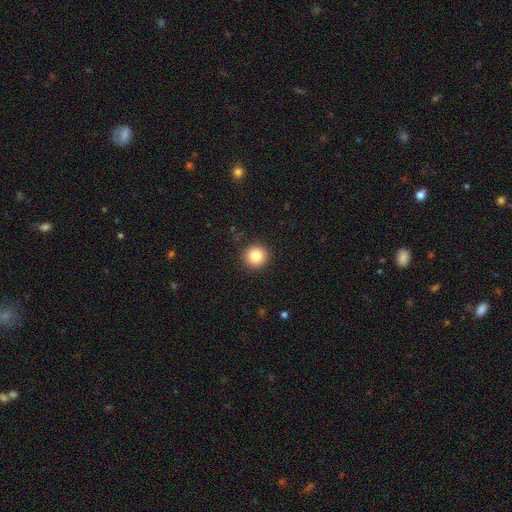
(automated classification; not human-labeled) A smooth galaxy with no disk features (84%) that is round (95%).

Vote fractions:
- Smooth or featured? smooth: 84% / star or artifact: 10% / featured or disk: 7%
- How rounded? round: 95% / in between: 4% / cigar-shaped: 1%
- Merging? none: 92% / minor disturbance: 5% / major disturbance: 2% / merger: 1%